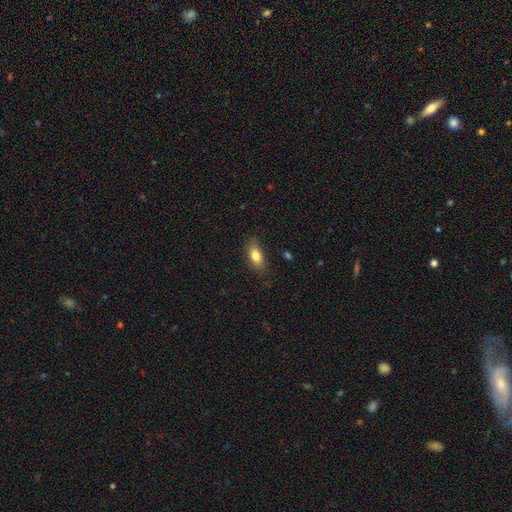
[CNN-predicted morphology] Q: Smooth or featured?
A: smooth (81%); runner-up: featured or disk (11%)
Q: How rounded?
A: in between (83%); runner-up: cigar-shaped (12%)
Q: Merging?
A: none (81%); runner-up: minor disturbance (14%)